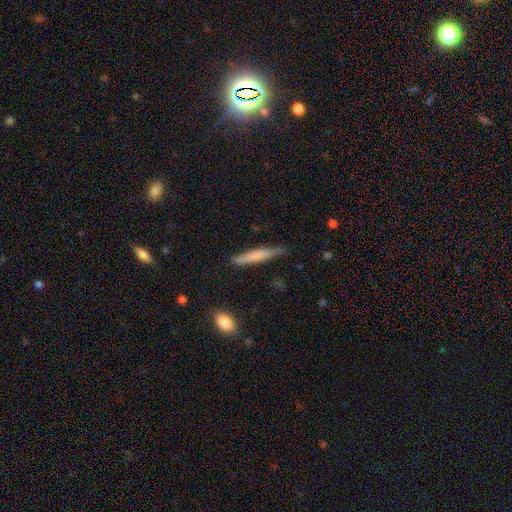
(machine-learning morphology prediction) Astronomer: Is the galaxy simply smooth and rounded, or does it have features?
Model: smooth — 68%.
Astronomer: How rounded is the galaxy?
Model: cigar-shaped — 94%.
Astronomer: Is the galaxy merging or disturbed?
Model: none — 77%.